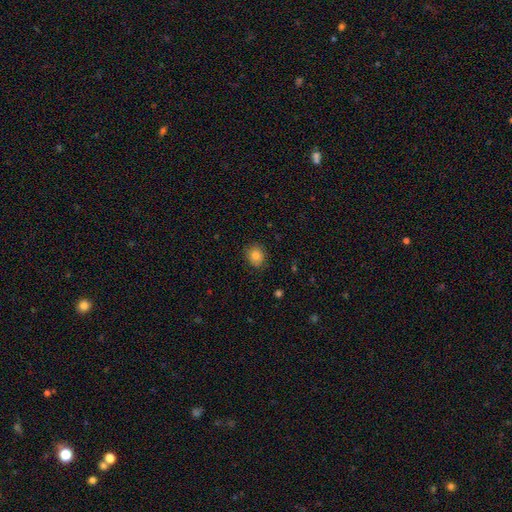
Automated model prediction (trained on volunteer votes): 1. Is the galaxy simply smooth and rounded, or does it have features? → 83% smooth, 10% star or artifact, 7% featured or disk.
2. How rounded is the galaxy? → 73% round, 26% in between, 1% cigar-shaped.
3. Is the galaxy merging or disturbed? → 86% none, 11% minor disturbance, 2% major disturbance, 1% merger.